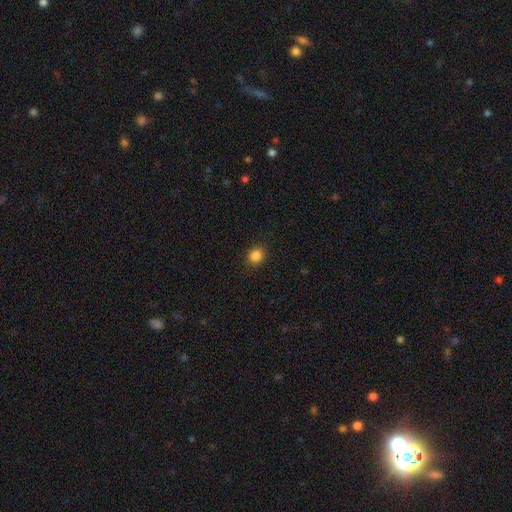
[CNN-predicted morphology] Smooth or featured? Predicted: smooth (p=0.84). How rounded? Predicted: round (p=0.76). Merging? Predicted: none (p=0.91).